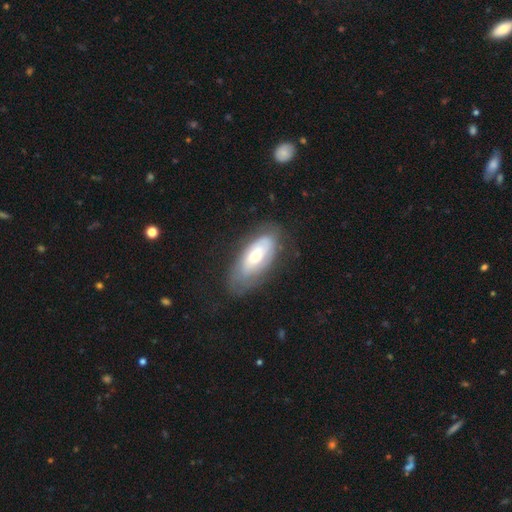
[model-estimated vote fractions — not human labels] smooth-or-featured: featured or disk: 52% | smooth: 42% | star or artifact: 6%
  disk-edge-on: no: 85% | yes: 15%
  merging: none: 66% | minor disturbance: 23% | major disturbance: 10% | merger: 2%